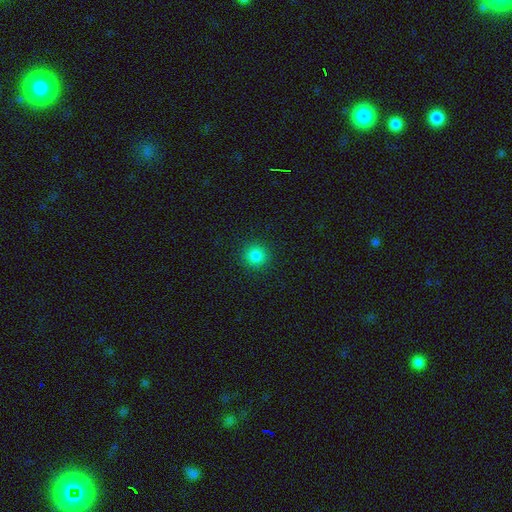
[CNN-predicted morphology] A smooth galaxy with no disk features (84%) that is round (94%).

Vote fractions:
- Smooth or featured? smooth: 84% / star or artifact: 12% / featured or disk: 4%
- How rounded? round: 94% / in between: 5% / cigar-shaped: 1%
- Merging? none: 92% / minor disturbance: 5% / major disturbance: 2% / merger: 1%